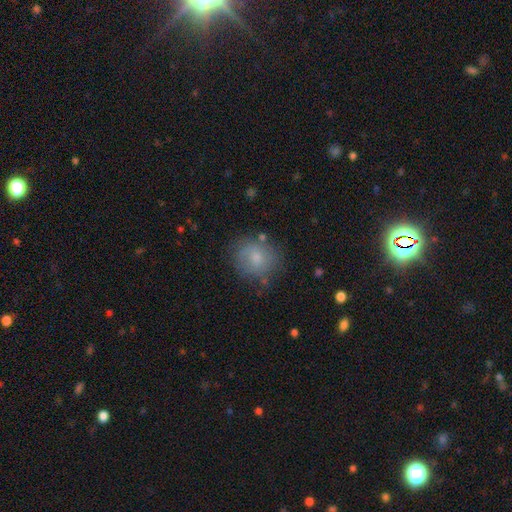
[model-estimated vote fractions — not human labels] Overall: smooth (68%). How rounded: round (78%). Merging: none (72%).